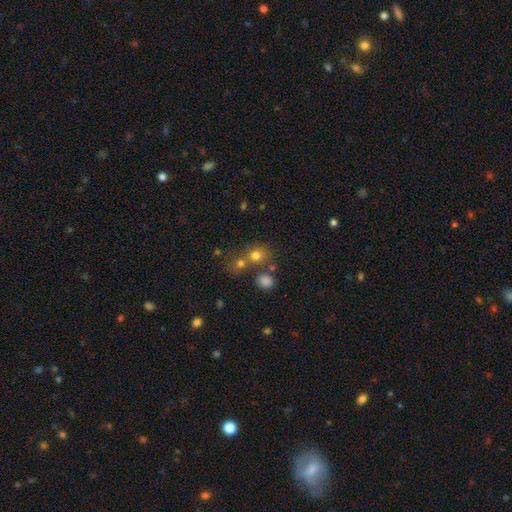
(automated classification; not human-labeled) smooth-or-featured: smooth: 73% | star or artifact: 16% | featured or disk: 11%
  how-rounded: round: 79% | in between: 20% | cigar-shaped: 1%
  merging: none: 50% | merger: 37% | minor disturbance: 8% | major disturbance: 4%